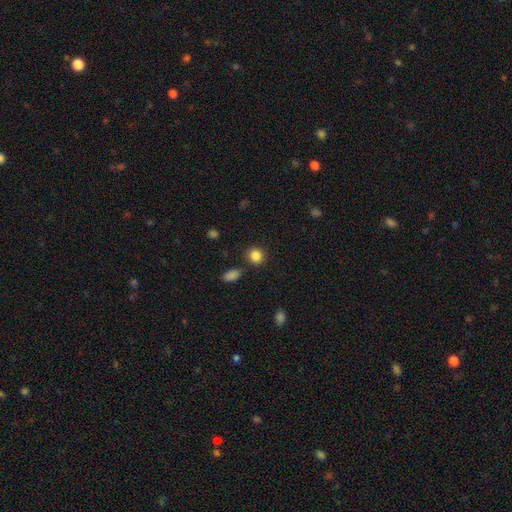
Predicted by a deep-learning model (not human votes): smooth 86%, star or artifact 10%, featured or disk 4%. Down the decision tree: how rounded — round (79%); merging — none (83%).